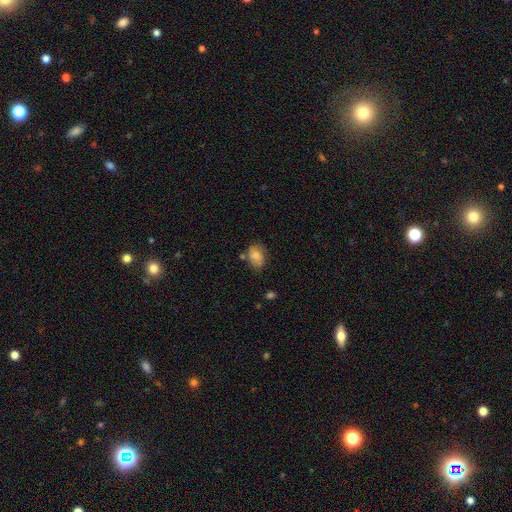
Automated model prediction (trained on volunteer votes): smooth-or-featured: smooth: 78% | featured or disk: 13% | star or artifact: 9%
  how-rounded: in between: 74% | round: 25% | cigar-shaped: 1%
  merging: none: 68% | minor disturbance: 20% | merger: 7% | major disturbance: 5%